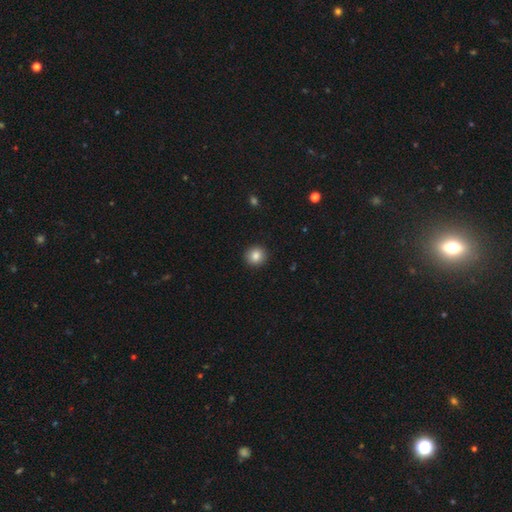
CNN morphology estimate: Q: Smooth or featured?
A: smooth (85%); runner-up: star or artifact (10%)
Q: How rounded?
A: round (90%); runner-up: in between (9%)
Q: Merging?
A: none (92%); runner-up: minor disturbance (5%)